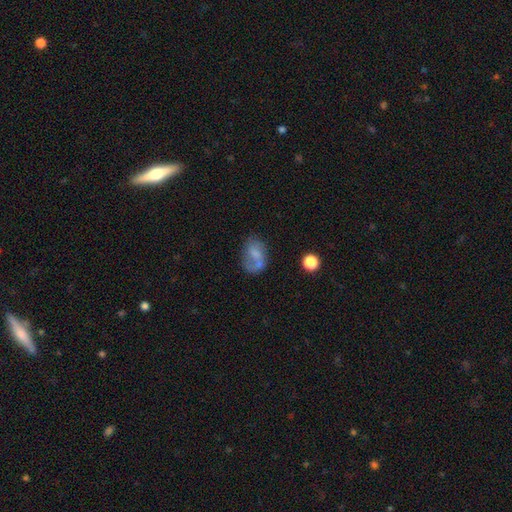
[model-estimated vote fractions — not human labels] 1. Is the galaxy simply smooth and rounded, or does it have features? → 51% smooth, 37% featured or disk, 11% star or artifact.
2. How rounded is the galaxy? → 74% in between, 24% round, 2% cigar-shaped.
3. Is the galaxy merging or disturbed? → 38% none, 24% merger, 20% minor disturbance, 18% major disturbance.